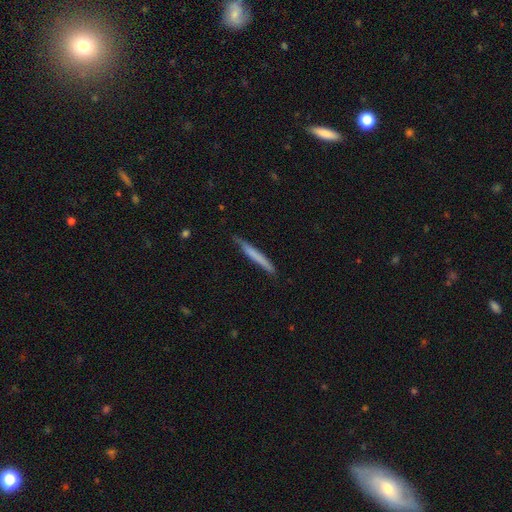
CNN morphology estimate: smooth 64%, featured or disk 30%, star or artifact 5%. Down the decision tree: how rounded — cigar-shaped (96%); merging — none (80%).